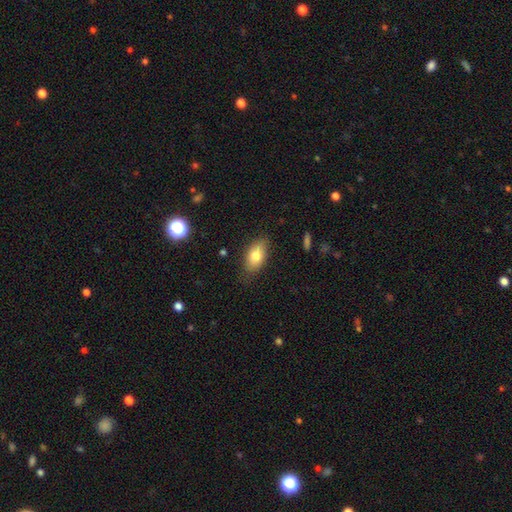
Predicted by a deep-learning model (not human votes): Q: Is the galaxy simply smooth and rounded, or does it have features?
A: smooth — 78%.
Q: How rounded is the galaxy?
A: in between — 90%.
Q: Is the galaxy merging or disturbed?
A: none — 79%.